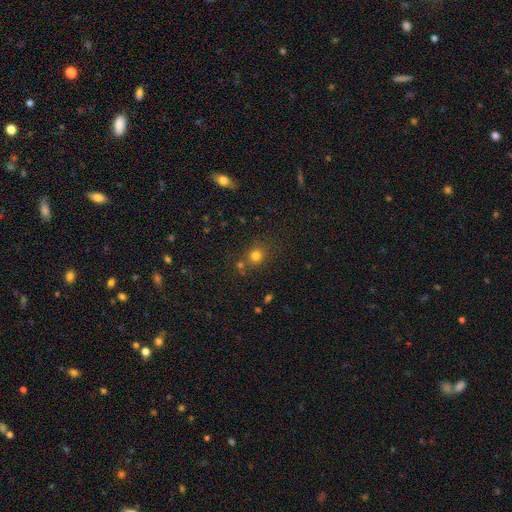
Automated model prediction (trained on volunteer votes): A smooth galaxy with no disk features (77%) that is round (83%).

Vote fractions:
- Smooth or featured? smooth: 77% / star or artifact: 17% / featured or disk: 7%
- How rounded? round: 83% / in between: 16% / cigar-shaped: 1%
- Merging? none: 72% / merger: 12% / minor disturbance: 11% / major disturbance: 4%